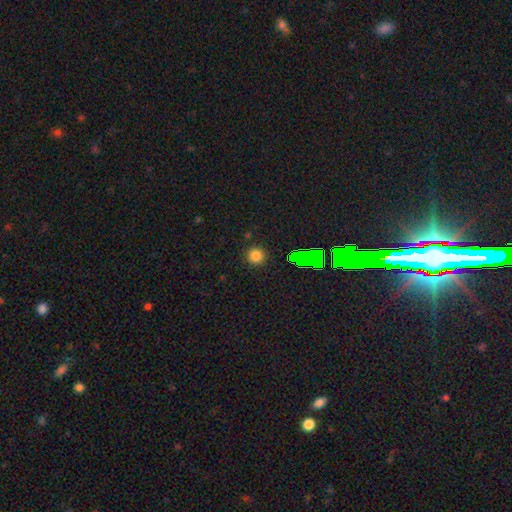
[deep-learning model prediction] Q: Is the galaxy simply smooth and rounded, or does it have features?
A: smooth — 78%.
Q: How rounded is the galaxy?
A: round — 94%.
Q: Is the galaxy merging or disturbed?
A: none — 89%.